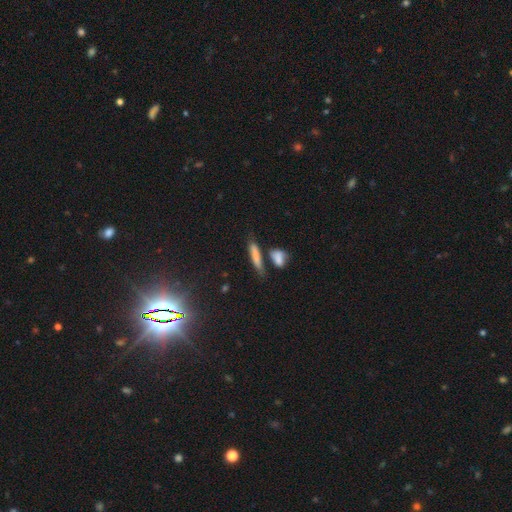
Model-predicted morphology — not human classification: Smooth or featured? smooth (74%)
How rounded? cigar-shaped (76%)
Merging? none (57%)